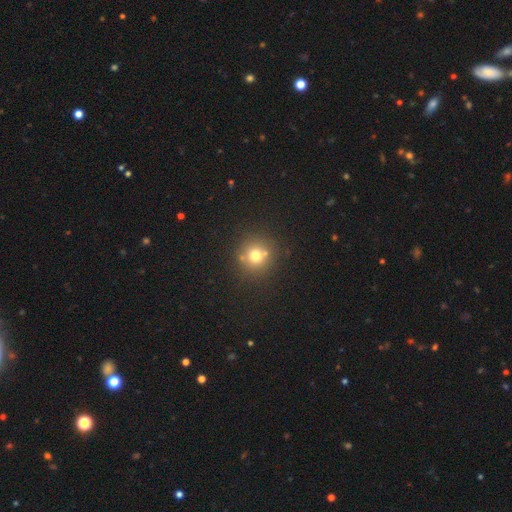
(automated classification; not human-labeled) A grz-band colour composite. It shows a smooth galaxy with no disk features (70%) that is round (92%). Merging: none (76%).